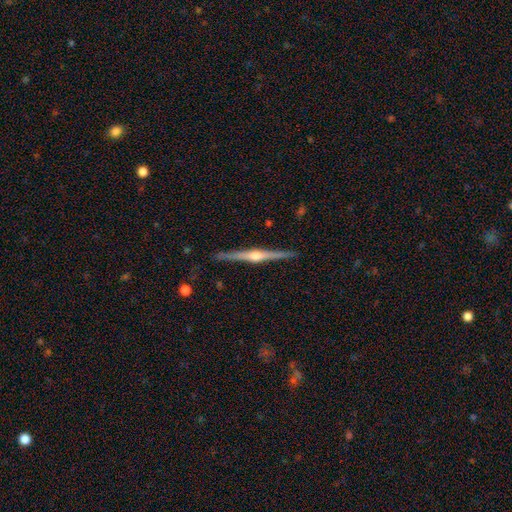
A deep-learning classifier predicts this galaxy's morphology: Smooth or featured? Predicted: featured or disk (p=0.85). Edge-on disk? Predicted: yes (p=0.99). Edge-on bulge? Predicted: rounded (p=0.90). Merging? Predicted: none (p=0.91).